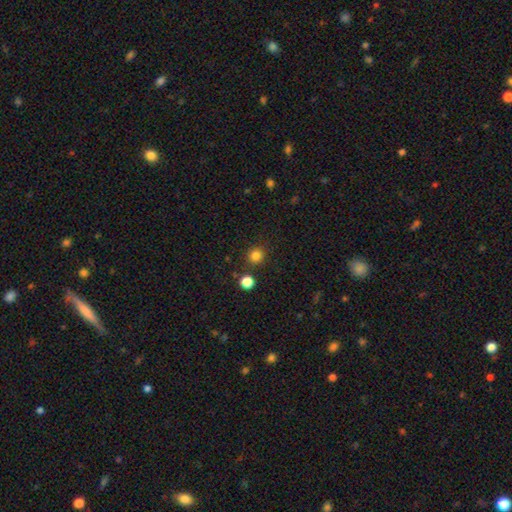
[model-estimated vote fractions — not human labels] The model was most divided on "smooth or featured": smooth: 82%, star or artifact: 14%, featured or disk: 4%. More confident: how rounded — round (90%); merging — none (87%).